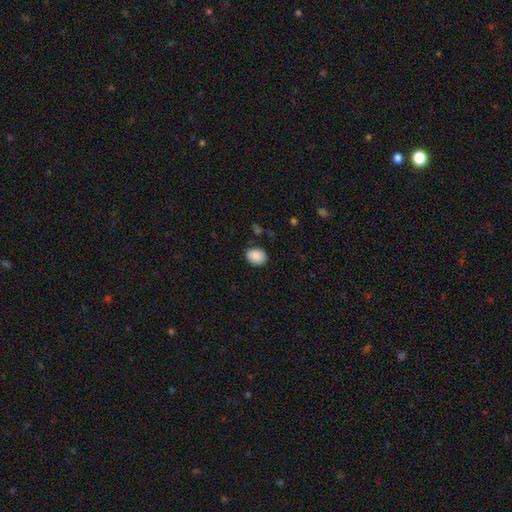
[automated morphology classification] smooth 89%, star or artifact 8%, featured or disk 4%. Down the decision tree: how rounded — in between (54%); merging — none (84%).